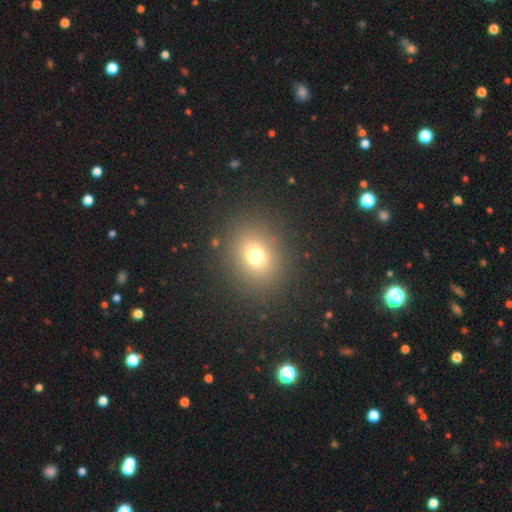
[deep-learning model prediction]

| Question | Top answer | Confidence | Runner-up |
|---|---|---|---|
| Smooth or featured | smooth | 71% | star or artifact (19%) |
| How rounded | round | 69% | in between (30%) |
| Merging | none | 87% | minor disturbance (7%) |